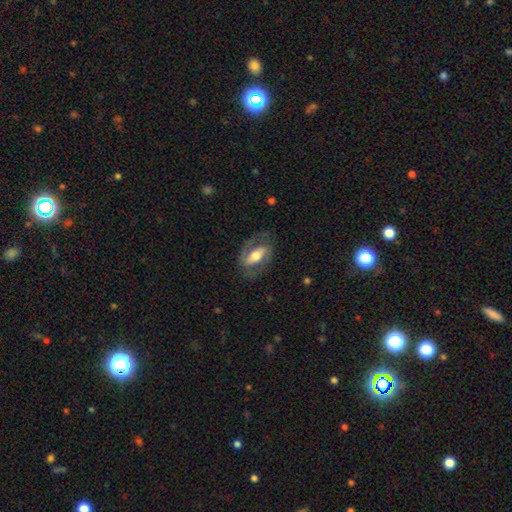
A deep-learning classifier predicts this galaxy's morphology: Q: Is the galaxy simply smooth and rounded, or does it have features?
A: featured or disk — 66%.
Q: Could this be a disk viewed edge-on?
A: no — 90%.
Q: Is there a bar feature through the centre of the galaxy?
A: strong — 50%.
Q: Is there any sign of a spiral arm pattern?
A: yes — 76%.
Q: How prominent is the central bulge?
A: moderate — 62%.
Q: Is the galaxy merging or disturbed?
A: none — 71%.